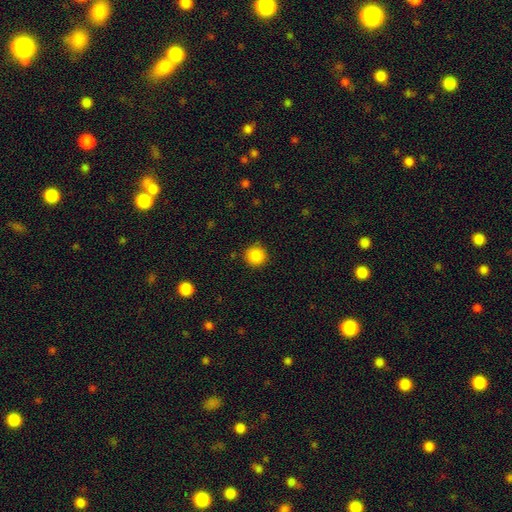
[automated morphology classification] This is clearly a smooth galaxy (87%). How rounded: clearly round (94%). Merging: clearly none (89%).